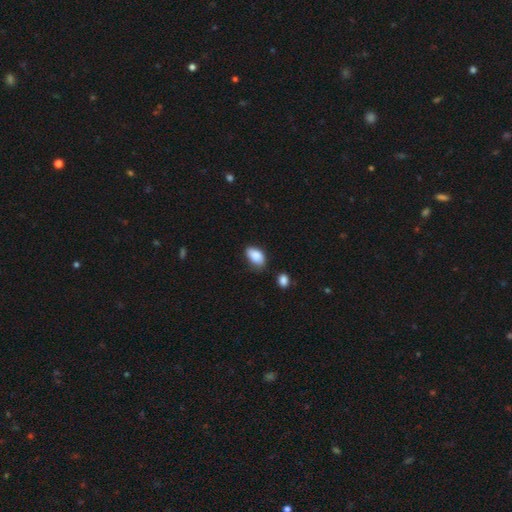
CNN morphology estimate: Smooth or featured?
  - smooth: 88% *
  - star or artifact: 7%
  - featured or disk: 5%
How rounded?
  - in between: 93% *
  - round: 5%
  - cigar-shaped: 2%
Merging?
  - none: 61% *
  - minor disturbance: 30%
  - major disturbance: 5%
  - merger: 4%